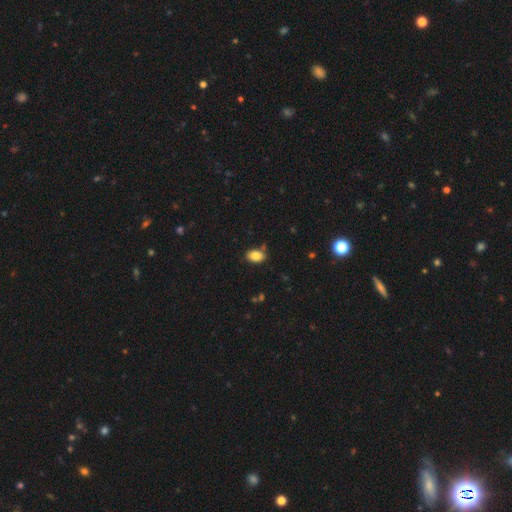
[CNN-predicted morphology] Smooth or featured: smooth — 84% (star or artifact — 9%)
How rounded: in between — 87% (round — 12%)
Merging: none — 81% (minor disturbance — 13%)